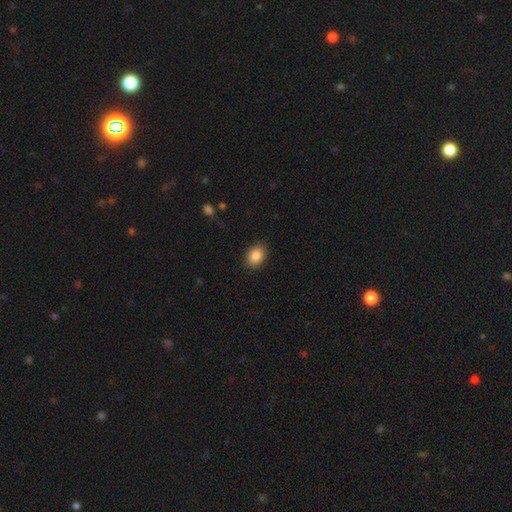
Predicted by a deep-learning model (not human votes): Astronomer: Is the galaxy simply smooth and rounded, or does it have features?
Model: smooth — 88%.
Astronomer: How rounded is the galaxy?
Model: in between — 77%.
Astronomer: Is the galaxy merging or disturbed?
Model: none — 87%.